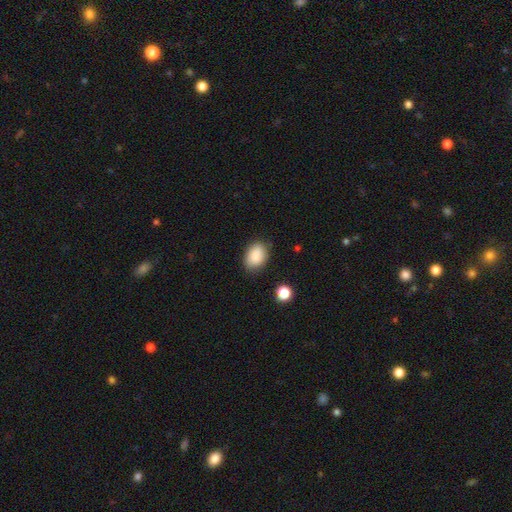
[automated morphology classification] Smooth or featured? Predicted: smooth (p=0.87). How rounded? Predicted: in between (p=0.83). Merging? Predicted: none (p=0.80).